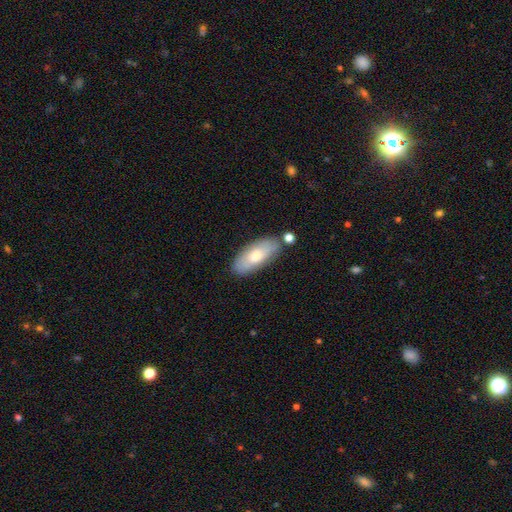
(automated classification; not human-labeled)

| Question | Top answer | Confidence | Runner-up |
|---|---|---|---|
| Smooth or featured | smooth | 68% | featured or disk (26%) |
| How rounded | in between | 82% | cigar-shaped (15%) |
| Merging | none | 75% | minor disturbance (14%) |